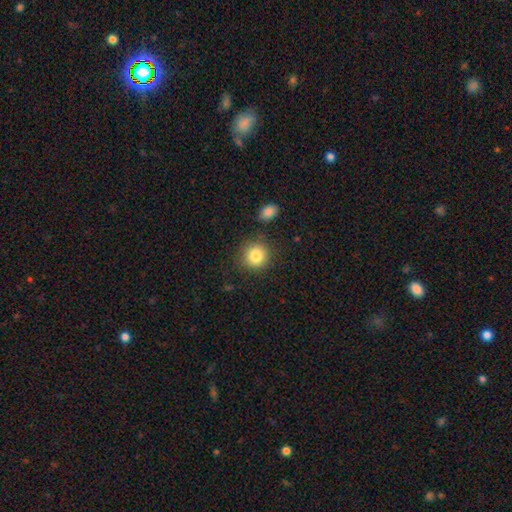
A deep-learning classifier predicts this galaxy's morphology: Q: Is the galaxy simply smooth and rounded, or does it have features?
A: smooth — 84%.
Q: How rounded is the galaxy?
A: round — 91%.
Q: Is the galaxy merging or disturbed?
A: none — 84%.